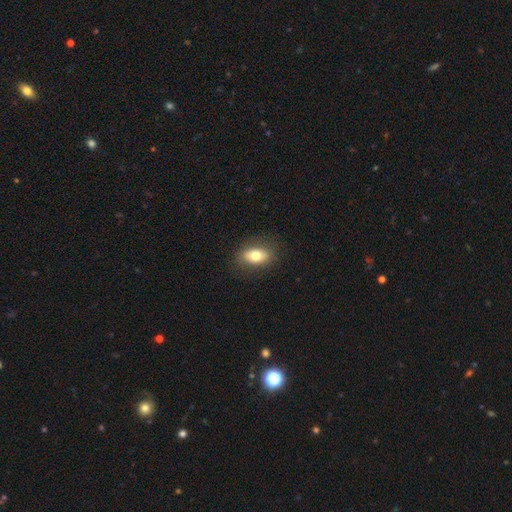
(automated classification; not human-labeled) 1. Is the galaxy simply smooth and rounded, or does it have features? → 73% smooth, 19% featured or disk, 8% star or artifact.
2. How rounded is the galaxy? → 83% in between, 14% round, 3% cigar-shaped.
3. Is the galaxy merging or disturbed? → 83% none, 12% minor disturbance, 4% major disturbance, 1% merger.